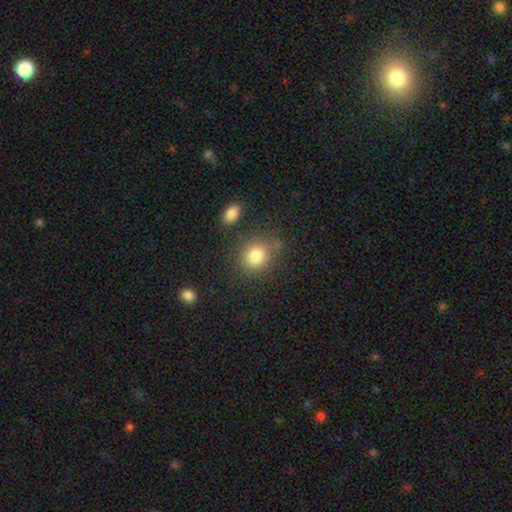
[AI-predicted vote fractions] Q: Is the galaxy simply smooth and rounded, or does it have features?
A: smooth — 83%.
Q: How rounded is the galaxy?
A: round — 72%.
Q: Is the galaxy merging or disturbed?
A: none — 75%.